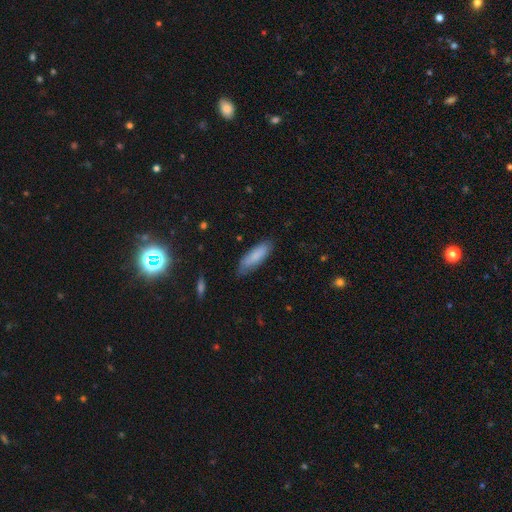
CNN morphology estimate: smooth_or_featured: smooth (p=0.82) [alt: featured or disk p=0.12]
how_rounded: in between (p=0.52) [alt: cigar-shaped p=0.47]
merging: none (p=0.77) [alt: minor disturbance p=0.19]